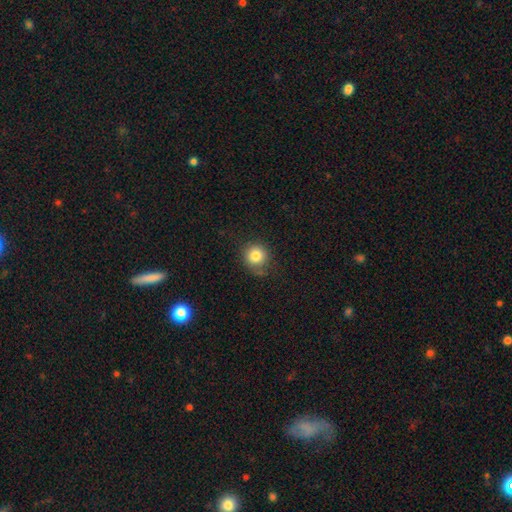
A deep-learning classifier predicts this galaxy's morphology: This appears to be a smooth galaxy with no disk features (82%) that is round (92%). Merging: none (73%).